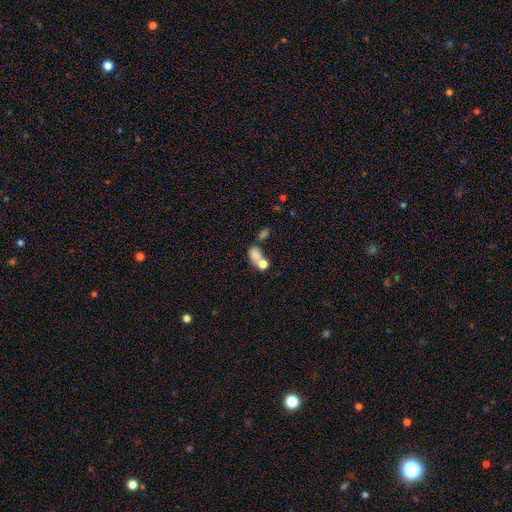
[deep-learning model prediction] smooth-or-featured: smooth: 72% | featured or disk: 17% | star or artifact: 11%
  how-rounded: in between: 61% | round: 36% | cigar-shaped: 3%
  merging: merger: 62% | none: 22% | minor disturbance: 8% | major disturbance: 8%